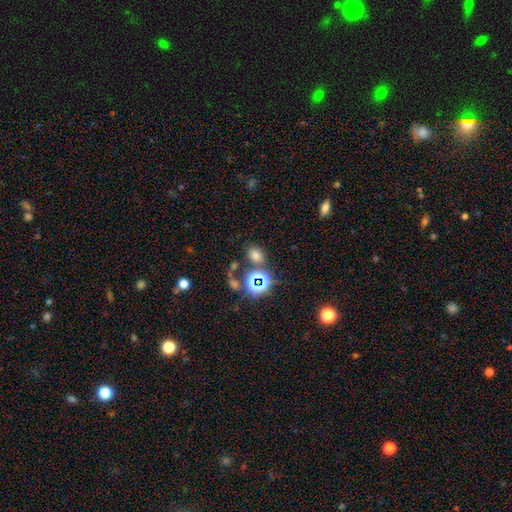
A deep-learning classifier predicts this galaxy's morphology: A smooth galaxy with no disk features (67%) that is in between round and cigar-shaped (58%). Merging: none (73%).